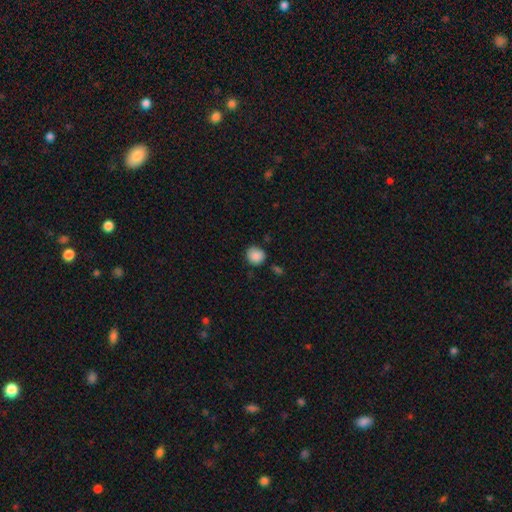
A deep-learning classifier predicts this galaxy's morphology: Smooth or featured? smooth (88%)
How rounded? round (86%)
Merging? none (80%)